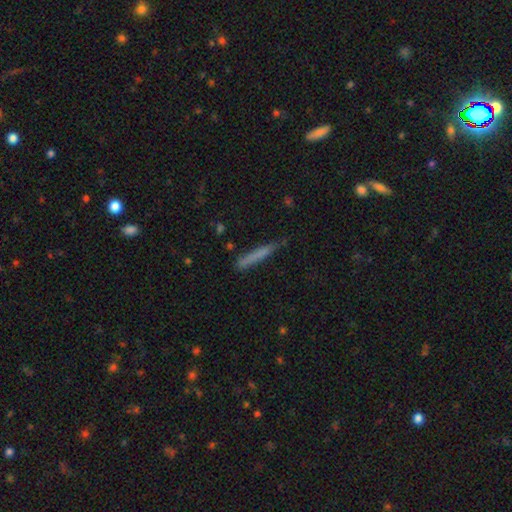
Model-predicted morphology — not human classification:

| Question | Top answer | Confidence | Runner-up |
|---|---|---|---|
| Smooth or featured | smooth | 69% | featured or disk (23%) |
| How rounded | cigar-shaped | 96% | in between (3%) |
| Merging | none | 77% | minor disturbance (17%) |